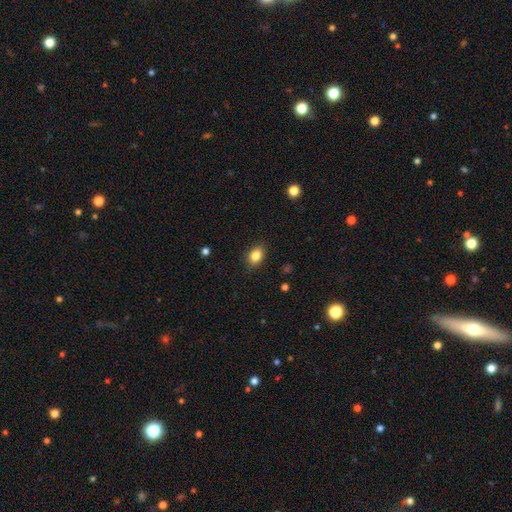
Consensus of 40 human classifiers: Morphology: type=smooth (90%); roundness=in between (83%); merging=none (86%).